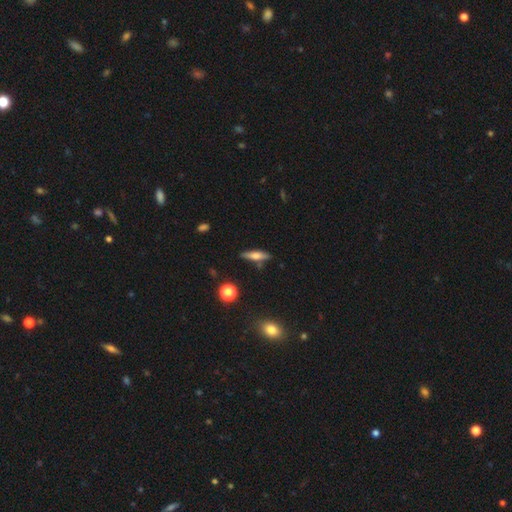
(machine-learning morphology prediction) This appears to be a smooth galaxy with no disk features (51%) that is cigar-shaped (72%). Merging: none (82%).